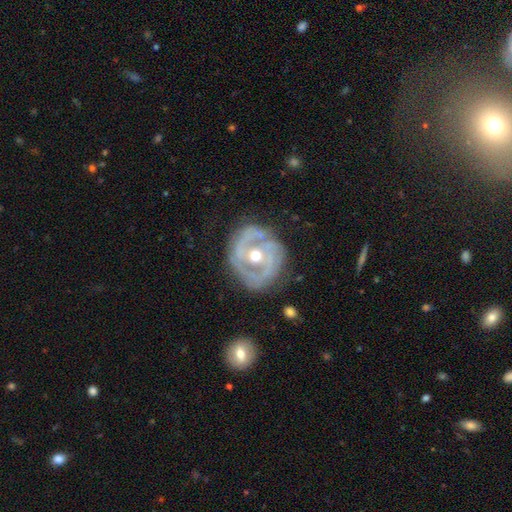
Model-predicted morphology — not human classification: Smooth or featured?
  - featured or disk: 86% *
  - smooth: 9%
  - star or artifact: 5%
Edge-on disk?
  - no: 97% *
  - yes: 3%
Bar?
  - no: 59% *
  - weak: 28%
  - strong: 13%
Spiral arms?
  - yes: 88% *
  - no: 12%
Spiral winding?
  - tight: 56% *
  - medium: 34%
  - loose: 10%
Spiral arm count?
  - 2: 43% *
  - 3: 23%
  - can't tell: 18%
  - 1: 5%
  - 4: 5%
  - more than 4: 4%
Bulge size?
  - moderate: 77% *
  - small: 18%
  - large: 4%
  - none: 1%
  - dominant: 1%
Merging?
  - none: 71% *
  - minor disturbance: 19%
  - major disturbance: 8%
  - merger: 2%